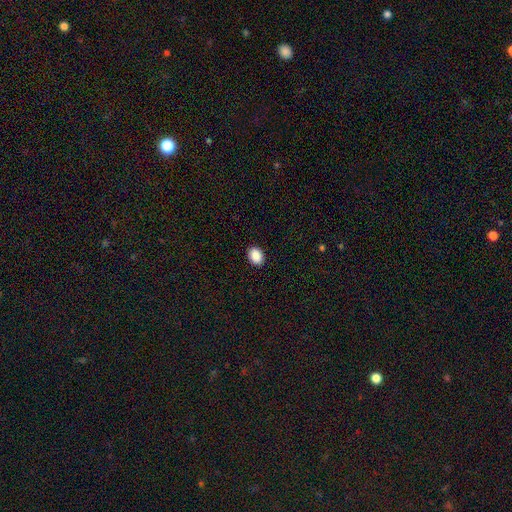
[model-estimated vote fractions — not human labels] Smooth or featured? smooth (89%)
How rounded? in between (77%)
Merging? none (91%)